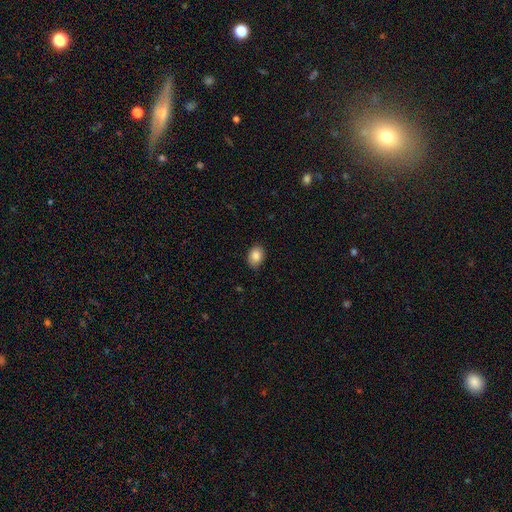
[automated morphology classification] Smooth or featured? Predicted: smooth (p=0.86). How rounded? Predicted: in between (p=0.73). Merging? Predicted: none (p=0.84).